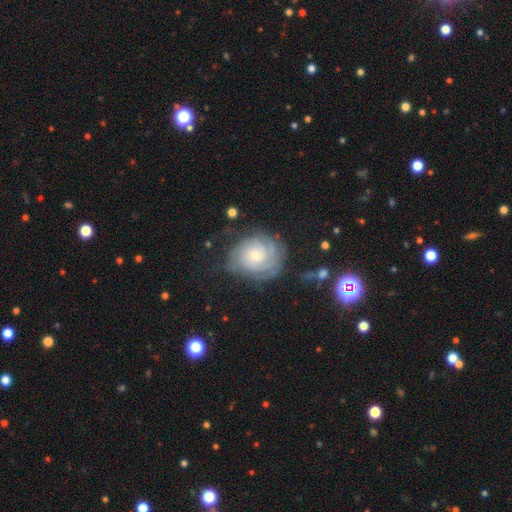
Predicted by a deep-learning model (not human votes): Q: Smooth or featured?
A: featured or disk (78%); runner-up: smooth (16%)
Q: Edge-on disk?
A: no (97%); runner-up: yes (3%)
Q: Bar?
A: no (78%); runner-up: weak (19%)
Q: Spiral arms?
A: yes (93%); runner-up: no (7%)
Q: Spiral winding?
A: tight (77%); runner-up: medium (18%)
Q: Spiral arm count?
A: can't tell (43%); runner-up: 2 (20%)
Q: Bulge size?
A: moderate (49%); runner-up: small (45%)
Q: Merging?
A: none (66%); runner-up: minor disturbance (21%)